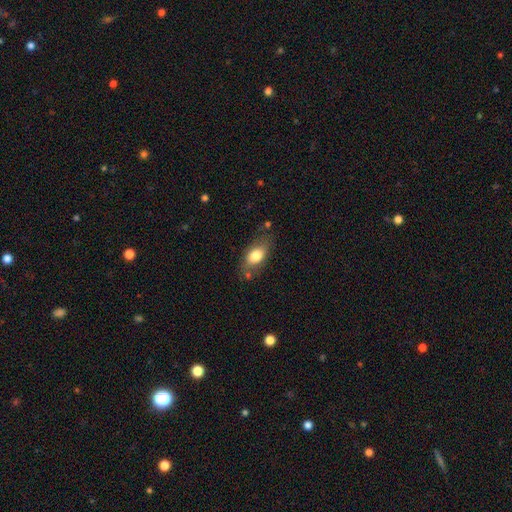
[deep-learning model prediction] Smooth or featured?
  - smooth: 78% *
  - featured or disk: 15%
  - star or artifact: 7%
How rounded?
  - in between: 86% *
  - round: 8%
  - cigar-shaped: 5%
Merging?
  - none: 67% *
  - minor disturbance: 21%
  - major disturbance: 7%
  - merger: 6%